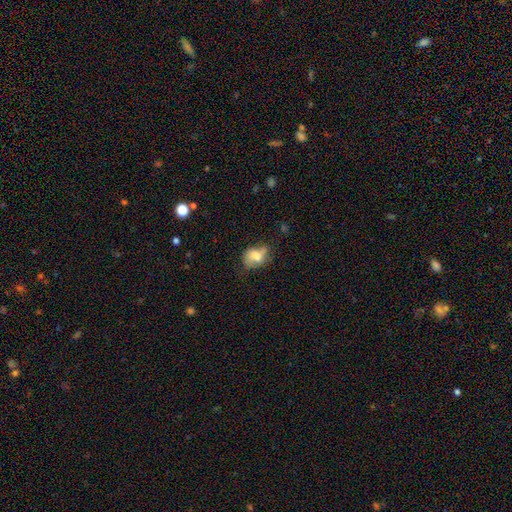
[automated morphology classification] Overall: smooth (63%; featured or disk 27%). How rounded: in between (66%; round 32%). Merging: none (34%; minor disturbance 30%).